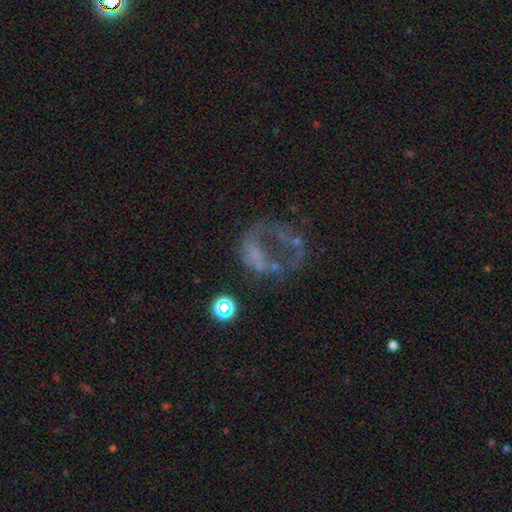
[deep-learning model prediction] Morphology: type=featured or disk (52%); edge-on=no (97%); bar=no (86%); spiral arms=no (81%); bulge=none (76%); merging=major disturbance (44%).